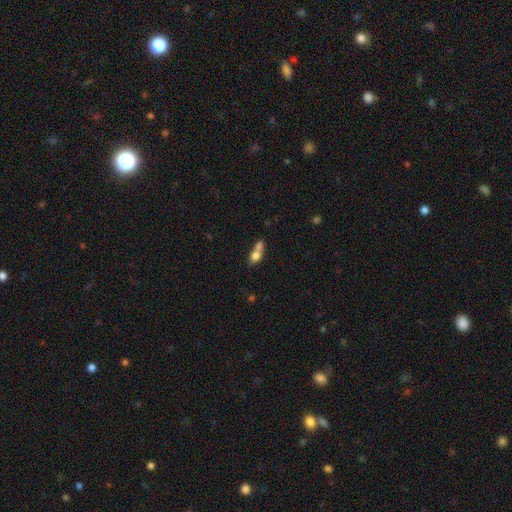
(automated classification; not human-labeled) Overall: smooth (71%). How rounded: in between (59%; round 33%). Merging: merger (67%).